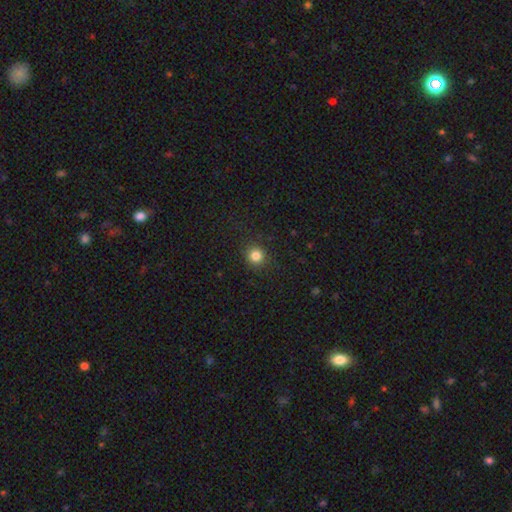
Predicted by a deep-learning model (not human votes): Q: Smooth or featured?
A: smooth (83%); runner-up: star or artifact (12%)
Q: How rounded?
A: round (91%); runner-up: in between (8%)
Q: Merging?
A: none (90%); runner-up: minor disturbance (7%)